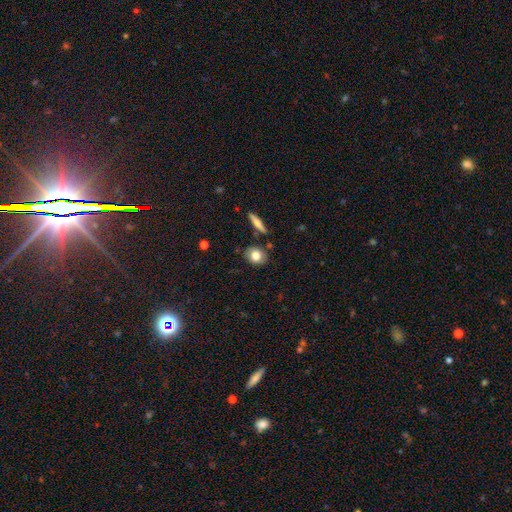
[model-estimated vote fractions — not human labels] Smooth or featured?
  - smooth: 77% *
  - featured or disk: 14%
  - star or artifact: 8%
How rounded?
  - round: 54% *
  - in between: 44%
  - cigar-shaped: 2%
Merging?
  - none: 81% *
  - minor disturbance: 12%
  - merger: 5%
  - major disturbance: 3%